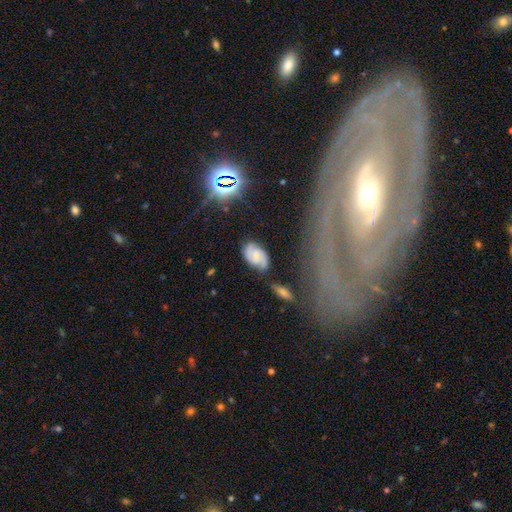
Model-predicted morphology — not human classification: Smooth or featured?
  - featured or disk: 64% *
  - smooth: 27%
  - star or artifact: 9%
Edge-on disk?
  - no: 97% *
  - yes: 3%
Bar?
  - no: 53% *
  - weak: 38%
  - strong: 9%
Spiral arms?
  - yes: 92% *
  - no: 8%
Spiral winding?
  - medium: 45% *
  - tight: 37%
  - loose: 18%
Spiral arm count?
  - 2: 80% *
  - can't tell: 11%
  - 3: 4%
  - 1: 2%
  - 4: 1%
  - more than 4: 1%
Bulge size?
  - small: 51% *
  - moderate: 26%
  - none: 18%
  - large: 3%
  - dominant: 1%
Merging?
  - none: 66% *
  - minor disturbance: 21%
  - major disturbance: 7%
  - merger: 6%